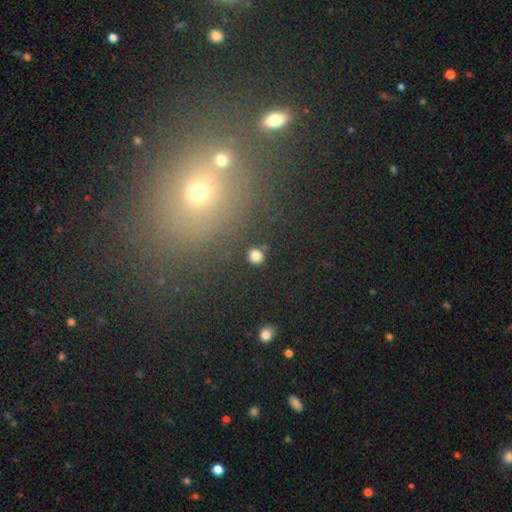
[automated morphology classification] The model was most divided on "smooth or featured": smooth: 81%, star or artifact: 15%, featured or disk: 4%. More confident: how rounded — round (92%); merging — none (89%).